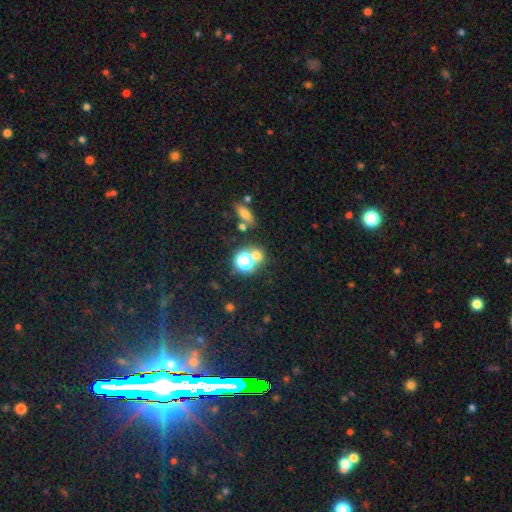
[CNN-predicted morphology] Q: Smooth or featured?
A: smooth (55%); runner-up: star or artifact (36%)
Q: How rounded?
A: round (81%); runner-up: in between (18%)
Q: Merging?
A: none (60%); runner-up: merger (26%)